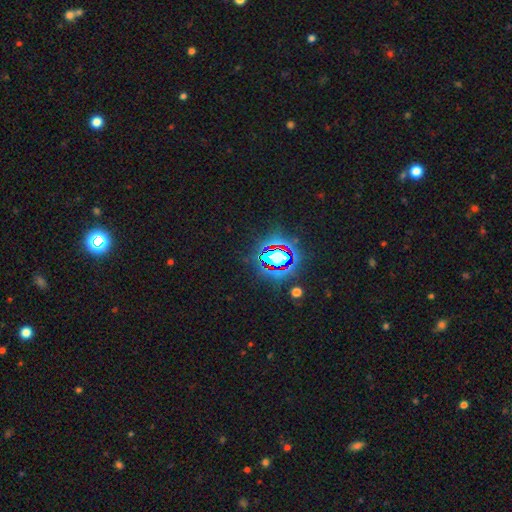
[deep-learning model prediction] This appears to be a star or artifact, not a galaxy (83%).